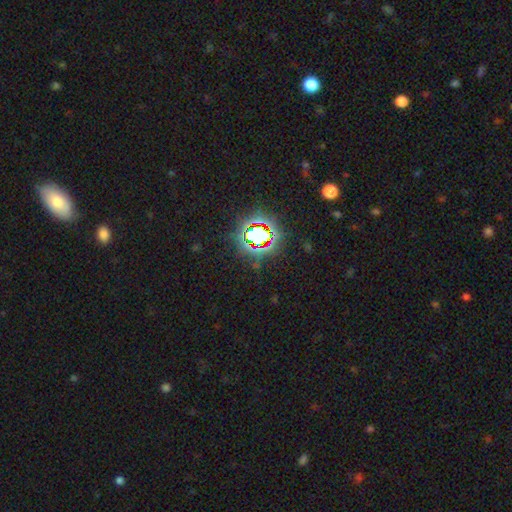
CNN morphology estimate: star or artifact 80%, smooth 12%, featured or disk 8%.